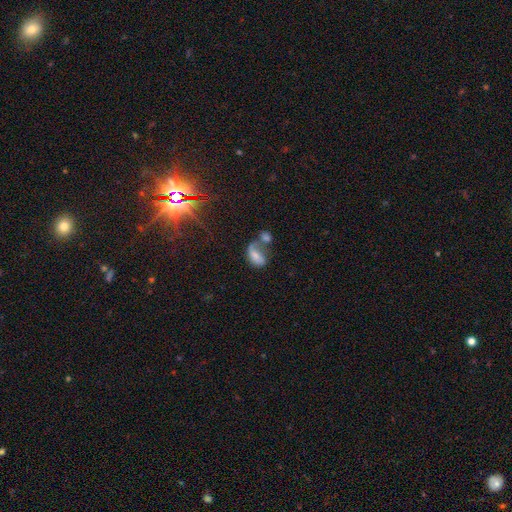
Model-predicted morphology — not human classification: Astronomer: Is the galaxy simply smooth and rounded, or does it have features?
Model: smooth — 59%.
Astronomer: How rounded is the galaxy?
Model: in between — 88%.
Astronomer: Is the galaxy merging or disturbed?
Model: merger — 53%.